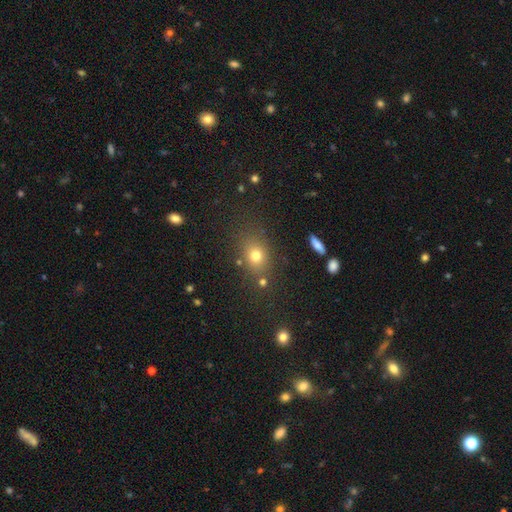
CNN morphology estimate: This is likely a smooth galaxy (73%). How rounded: possibly round (50%). Merging: likely none (75%).